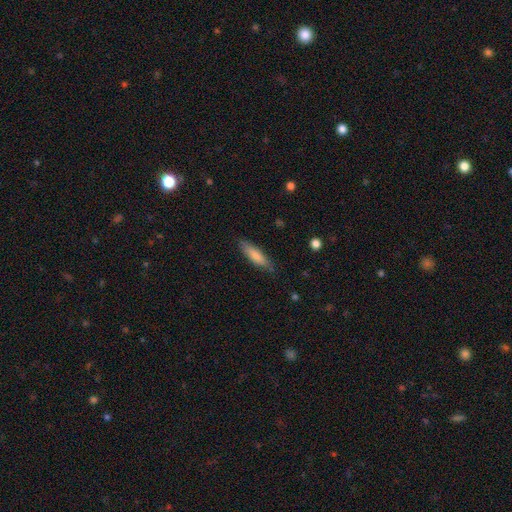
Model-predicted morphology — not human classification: The model was most divided on "how rounded": cigar-shaped: 68%, in between: 31%, round: 1%. More confident: merging — none (84%); smooth or featured — smooth (80%).